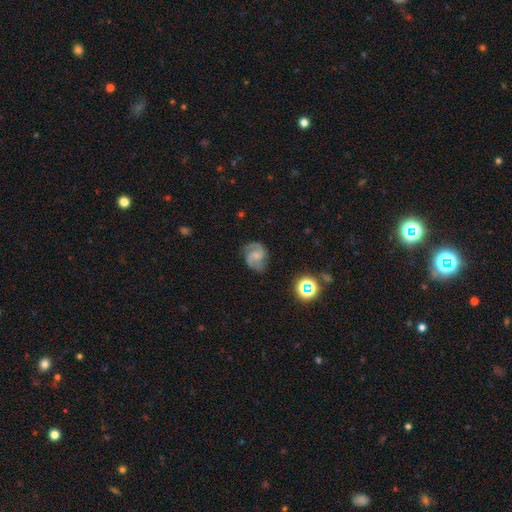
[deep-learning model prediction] The model was most divided on "bulge size": none: 38%, small: 34%, moderate: 22%, large: 4%, dominant: 1%. Remaining: edge-on disk — no (98%); spiral arms — yes (97%); spiral arm count — 2 (88%); smooth or featured — featured or disk (80%); merging — none (74%); spiral winding — medium (55%); bar — no (48%).